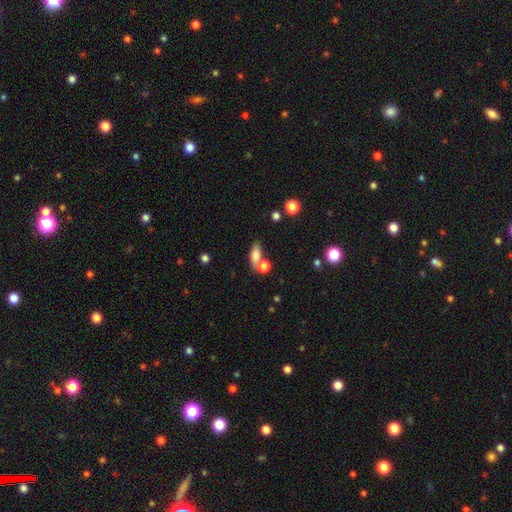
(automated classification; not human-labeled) Smooth or featured?
  - smooth: 76% *
  - featured or disk: 14%
  - star or artifact: 10%
How rounded?
  - in between: 73% *
  - cigar-shaped: 17%
  - round: 10%
Merging?
  - none: 51% *
  - merger: 30%
  - minor disturbance: 13%
  - major disturbance: 6%